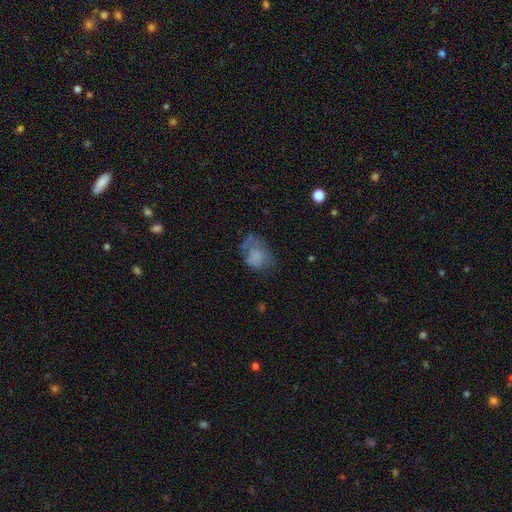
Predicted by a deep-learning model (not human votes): A smooth galaxy with no disk features (60%) that is in between round and cigar-shaped (59%). Merging: none (37%).